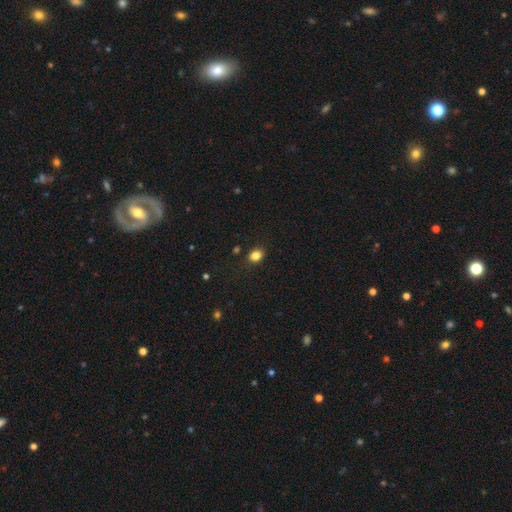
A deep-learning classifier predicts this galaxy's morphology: The model was most divided on "how rounded": in between: 61%, round: 38%, cigar-shaped: 1%. More confident: merging — none (85%); smooth or featured — smooth (84%).